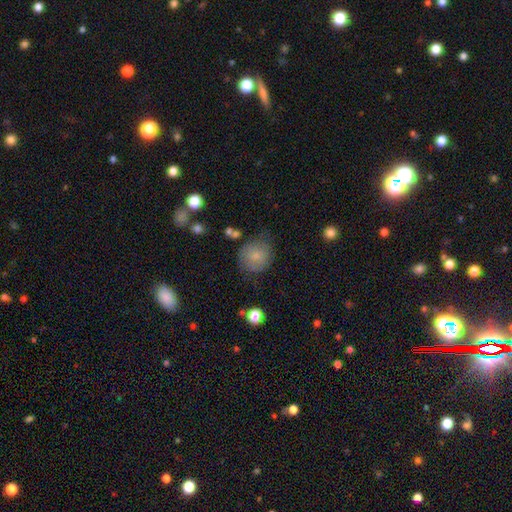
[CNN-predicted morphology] Smooth or featured? Predicted: smooth (p=0.73). How rounded? Predicted: round (p=0.86). Merging? Predicted: none (p=0.67).